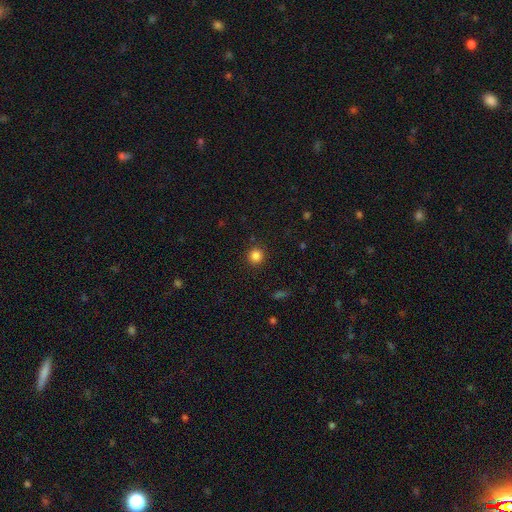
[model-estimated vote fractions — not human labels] A smooth galaxy with no disk features (84%) that is round (93%). Merging: none (91%).